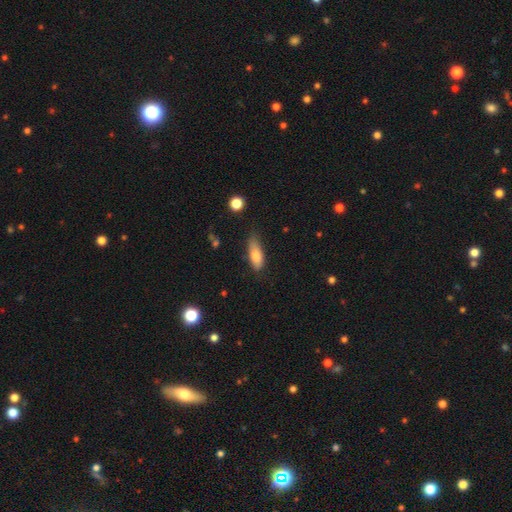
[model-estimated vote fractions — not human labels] This appears to be a smooth galaxy with no disk features (79%) that is in between round and cigar-shaped (73%). Merging: none (59%).